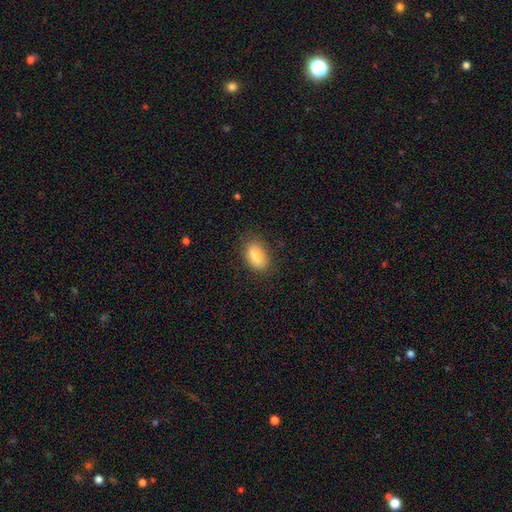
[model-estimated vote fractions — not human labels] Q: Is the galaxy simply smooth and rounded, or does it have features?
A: smooth — 86%.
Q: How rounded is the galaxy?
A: in between — 90%.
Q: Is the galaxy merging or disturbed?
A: none — 80%.